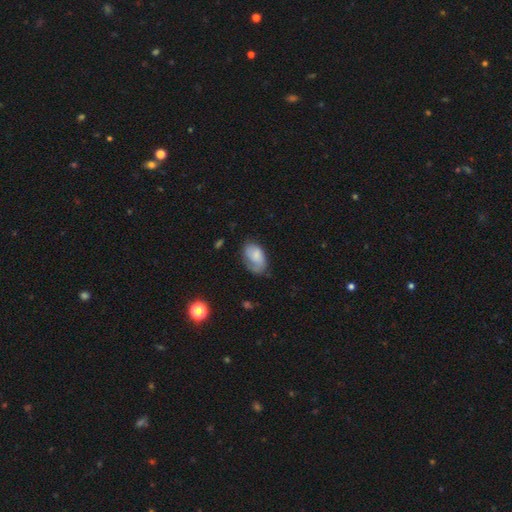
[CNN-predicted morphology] smooth_or_featured: smooth (p=0.65) [alt: featured or disk p=0.27]
how_rounded: in between (p=0.91) [alt: round p=0.08]
merging: none (p=0.47) [alt: minor disturbance p=0.34]